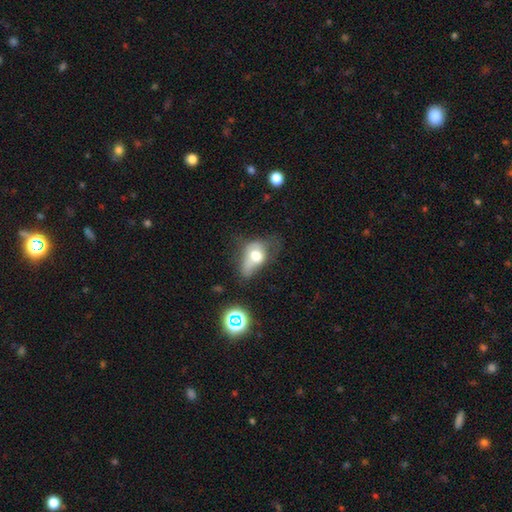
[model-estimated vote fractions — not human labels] smooth-or-featured: smooth: 59% | featured or disk: 30% | star or artifact: 11%
  how-rounded: in between: 77% | round: 21% | cigar-shaped: 2%
  merging: major disturbance: 41% | minor disturbance: 29% | none: 21% | merger: 10%